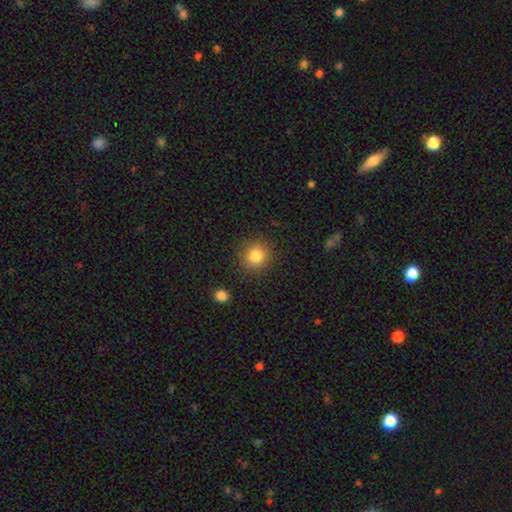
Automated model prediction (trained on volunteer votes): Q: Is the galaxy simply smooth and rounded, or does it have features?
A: smooth — 83%.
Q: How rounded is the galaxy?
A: round — 89%.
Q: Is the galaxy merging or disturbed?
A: none — 88%.